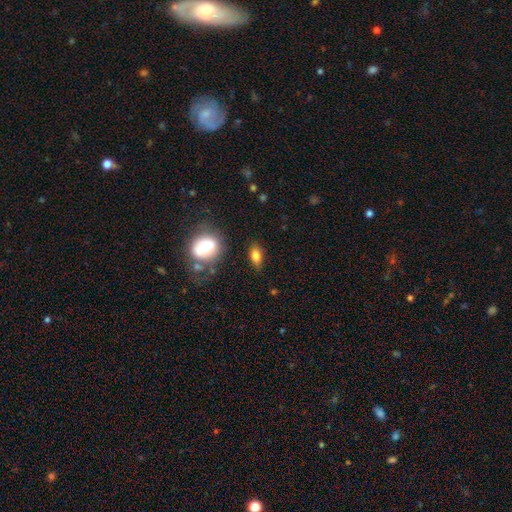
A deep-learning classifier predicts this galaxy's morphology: A smooth galaxy with no disk features (80%) that is in between round and cigar-shaped (81%). Merging: none (72%).